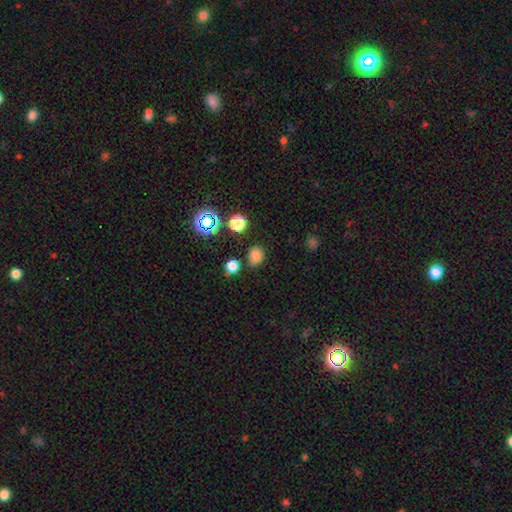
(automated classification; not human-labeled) A smooth galaxy with no disk features (75%) that is round (54%).

Vote fractions:
- Smooth or featured? smooth: 75% / star or artifact: 20% / featured or disk: 5%
- How rounded? round: 54% / in between: 45% / cigar-shaped: 1%
- Merging? none: 75% / minor disturbance: 14% / merger: 6% / major disturbance: 4%